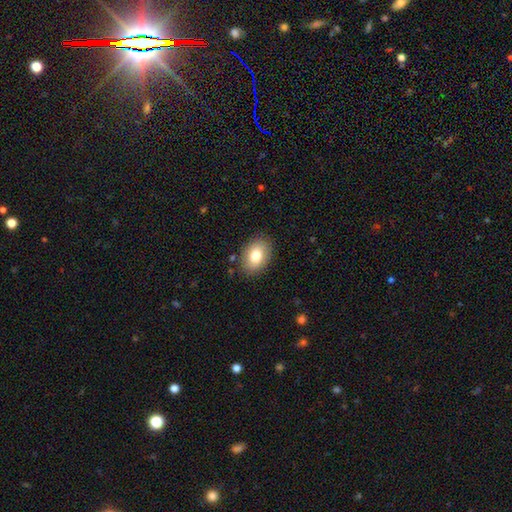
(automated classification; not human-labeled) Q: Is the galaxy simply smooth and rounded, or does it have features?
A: smooth — 81%.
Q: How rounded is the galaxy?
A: in between — 83%.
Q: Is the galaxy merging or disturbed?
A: none — 86%.